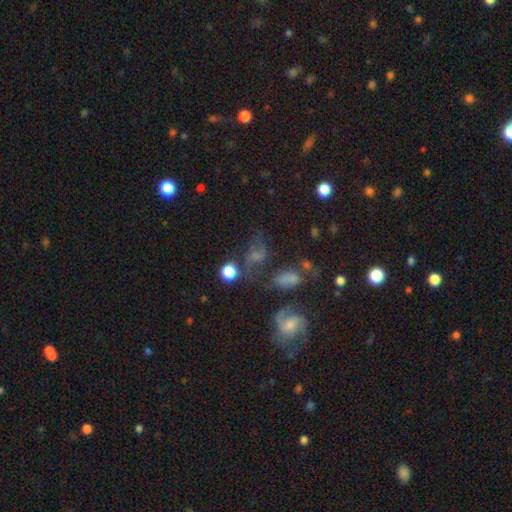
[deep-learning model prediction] A featured or disk galaxy (35%). Merging: none (47%).